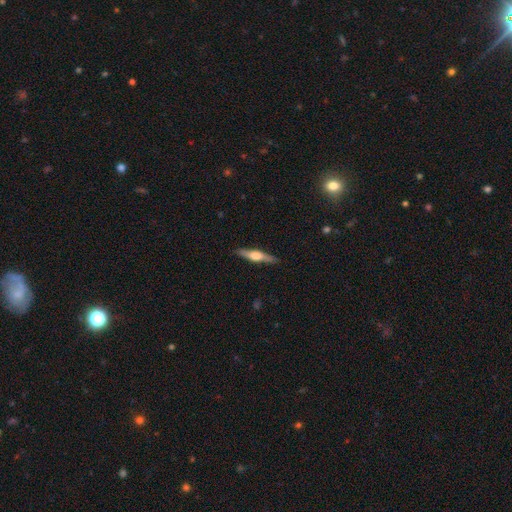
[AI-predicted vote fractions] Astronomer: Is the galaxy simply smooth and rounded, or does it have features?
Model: featured or disk — 64%.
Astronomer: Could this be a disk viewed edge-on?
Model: yes — 96%.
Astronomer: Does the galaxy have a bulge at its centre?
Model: rounded — 86%.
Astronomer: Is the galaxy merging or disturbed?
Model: none — 89%.